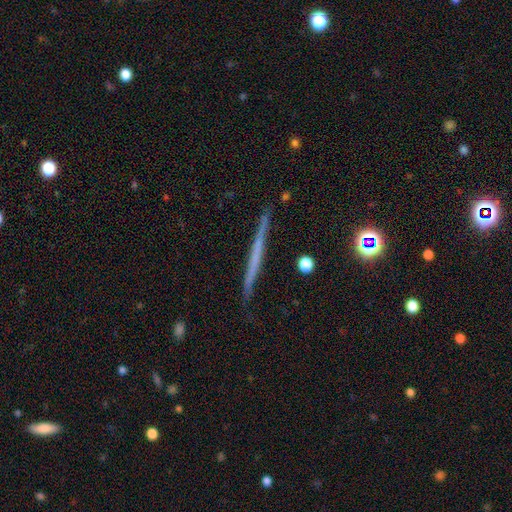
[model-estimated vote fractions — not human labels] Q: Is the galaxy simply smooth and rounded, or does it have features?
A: featured or disk — 56%.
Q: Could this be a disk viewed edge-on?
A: yes — 97%.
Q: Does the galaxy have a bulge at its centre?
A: none — 90%.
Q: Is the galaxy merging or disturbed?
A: none — 91%.